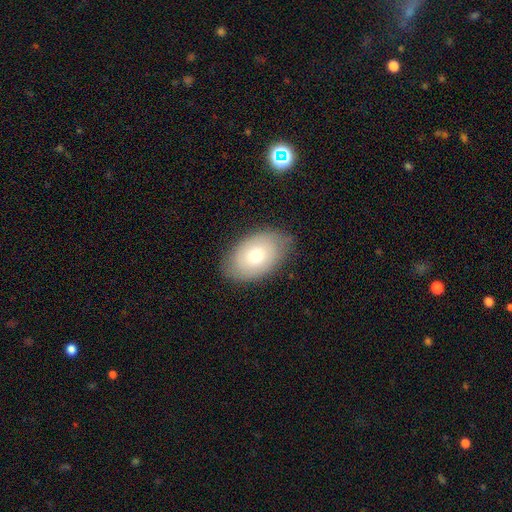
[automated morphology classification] smooth_or_featured: smooth (p=0.67) [alt: featured or disk p=0.25]
how_rounded: in between (p=0.88) [alt: round p=0.11]
merging: none (p=0.80) [alt: minor disturbance p=0.16]